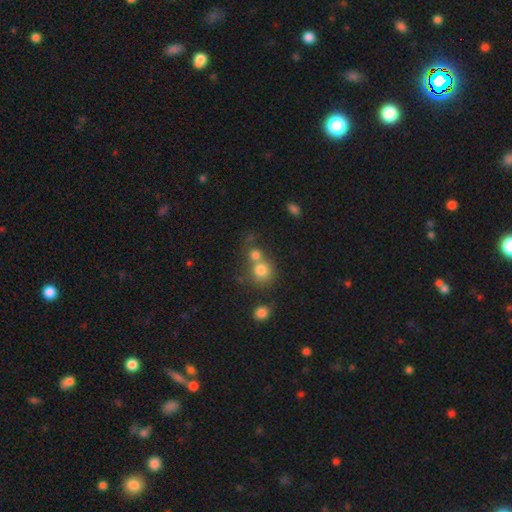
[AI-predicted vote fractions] Q: Smooth or featured?
A: smooth (58%); runner-up: star or artifact (30%)
Q: How rounded?
A: round (82%); runner-up: in between (16%)
Q: Merging?
A: none (49%); runner-up: merger (37%)